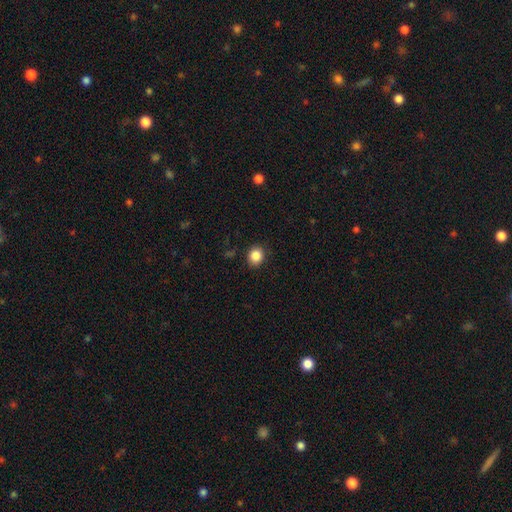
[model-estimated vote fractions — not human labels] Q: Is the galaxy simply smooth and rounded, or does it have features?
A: smooth — 86%.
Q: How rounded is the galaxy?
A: round — 72%.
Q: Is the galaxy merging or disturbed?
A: none — 89%.